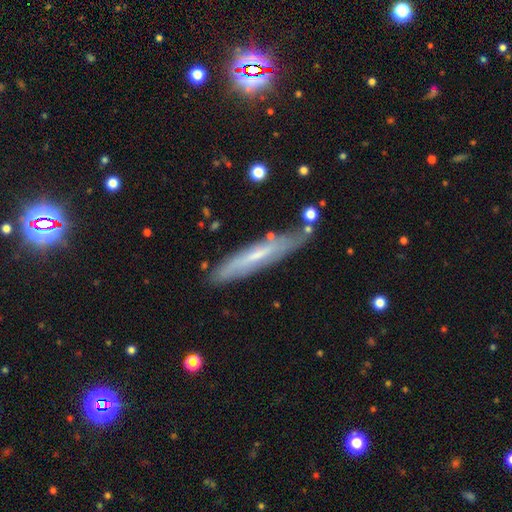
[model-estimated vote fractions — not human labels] Q: Smooth or featured?
A: featured or disk (54%); runner-up: smooth (39%)
Q: Edge-on disk?
A: yes (71%); runner-up: no (29%)
Q: Merging?
A: none (74%); runner-up: minor disturbance (18%)